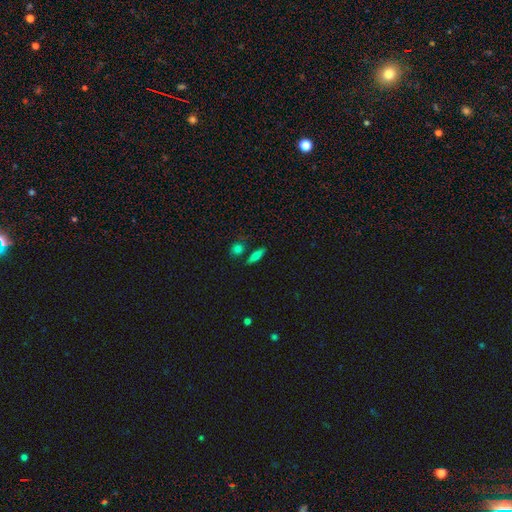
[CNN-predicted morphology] A smooth galaxy with no disk features (65%) that is cigar-shaped (56%).

Vote fractions:
- Smooth or featured? smooth: 65% / featured or disk: 25% / star or artifact: 10%
- How rounded? cigar-shaped: 56% / in between: 39% / round: 5%
- Merging? none: 80% / minor disturbance: 10% / merger: 7% / major disturbance: 3%